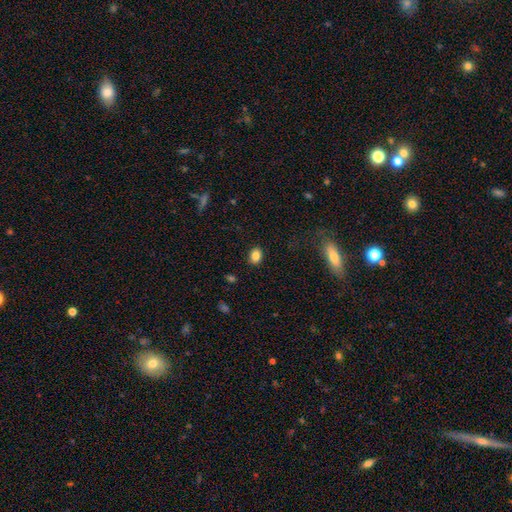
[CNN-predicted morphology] This is clearly a smooth galaxy (84%). How rounded: possibly in between (58%). Merging: clearly none (88%).